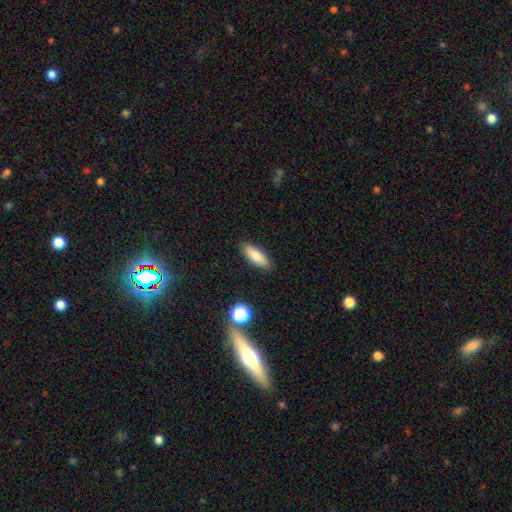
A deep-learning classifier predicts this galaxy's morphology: Smooth or featured? Predicted: smooth (p=0.82). How rounded? Predicted: in between (p=0.63). Merging? Predicted: none (p=0.88).